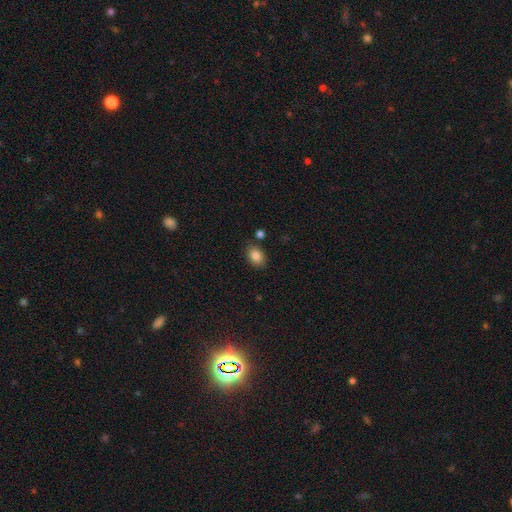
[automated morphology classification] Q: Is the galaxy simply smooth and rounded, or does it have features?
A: smooth — 85%.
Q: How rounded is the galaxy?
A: in between — 77%.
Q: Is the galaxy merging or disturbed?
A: none — 81%.